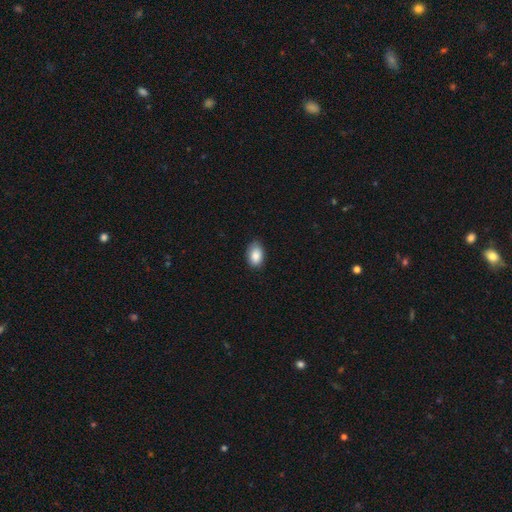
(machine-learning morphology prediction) Smooth or featured? Predicted: smooth (p=0.87). How rounded? Predicted: in between (p=0.88). Merging? Predicted: none (p=0.81).